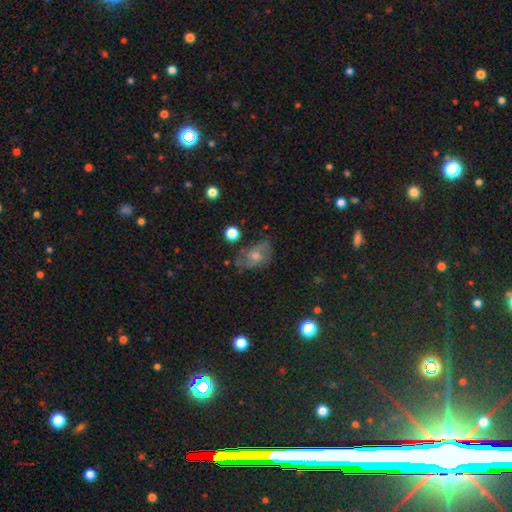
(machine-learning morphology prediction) The model was most divided on "bulge size": moderate: 49%, small: 40%, none: 5%, large: 4%, dominant: 1%. More confident: edge-on disk — no (94%); spiral arms — yes (75%); bar — no (66%); merging — none (62%); smooth or featured — featured or disk (54%).